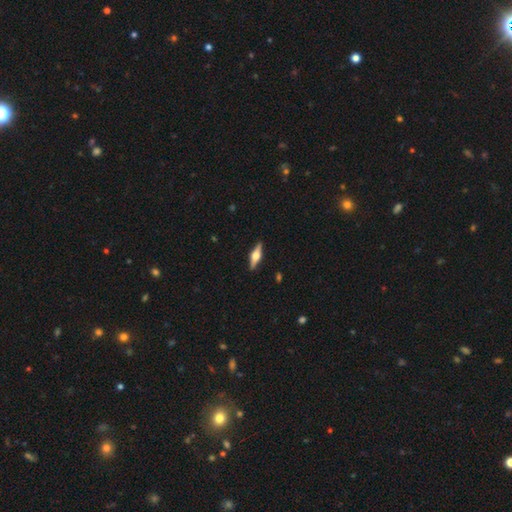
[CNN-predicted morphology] Overall: featured or disk (71%). Edge-on disk: yes (97%). Edge-on bulge: rounded (94%). Merging: none (91%).